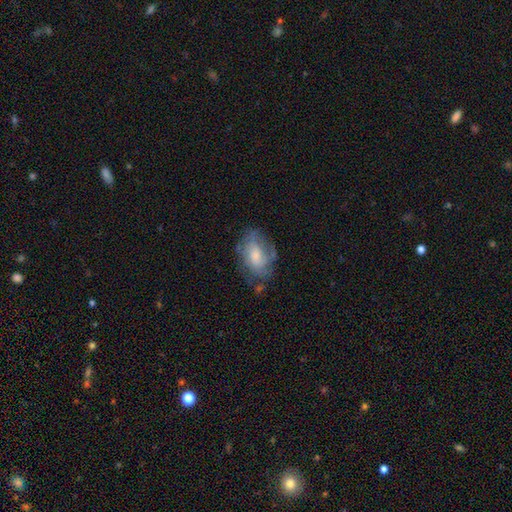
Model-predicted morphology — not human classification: This is possibly a smooth galaxy (48%). Merging: possibly none (56%).